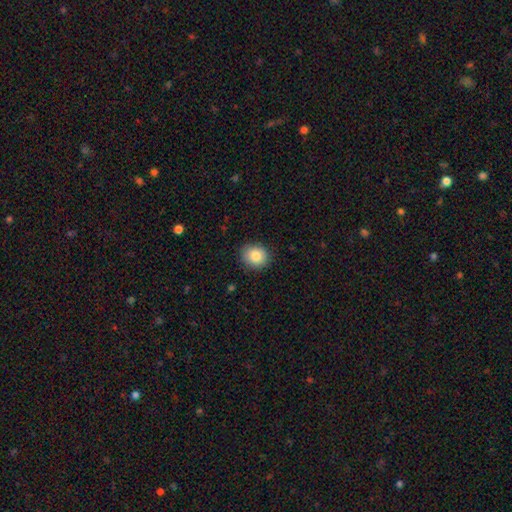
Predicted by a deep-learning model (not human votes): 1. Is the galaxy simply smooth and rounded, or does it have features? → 84% smooth, 8% star or artifact, 7% featured or disk.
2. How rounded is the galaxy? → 72% round, 27% in between, 1% cigar-shaped.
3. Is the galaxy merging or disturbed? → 87% none, 9% minor disturbance, 2% major disturbance, 1% merger.